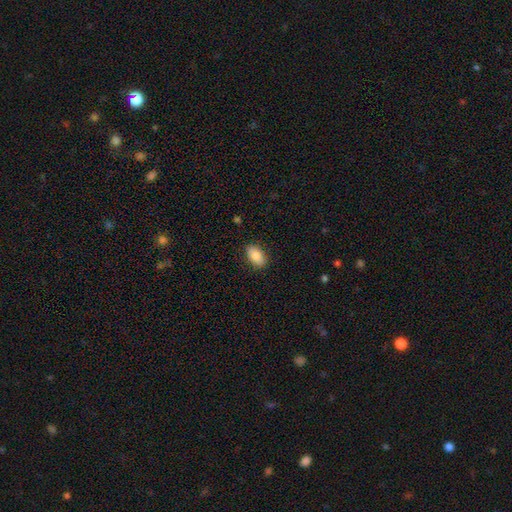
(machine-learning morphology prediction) smooth 87%, star or artifact 7%, featured or disk 6%. Down the decision tree: how rounded — in between (92%); merging — none (87%).